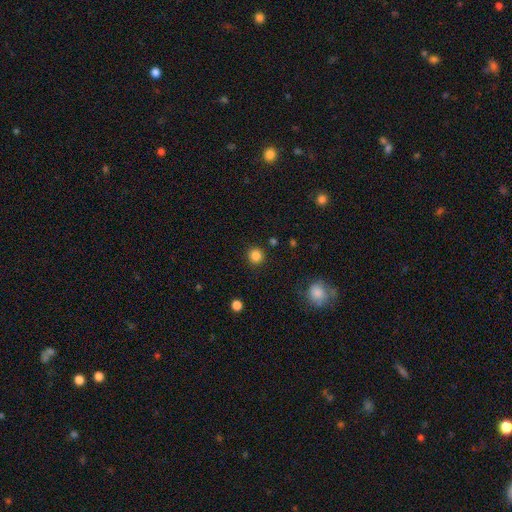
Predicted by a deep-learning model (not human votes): smooth-or-featured: smooth: 85% | star or artifact: 12% | featured or disk: 3%
  how-rounded: round: 93% | in between: 6% | cigar-shaped: 1%
  merging: none: 90% | minor disturbance: 6% | major disturbance: 3% | merger: 2%